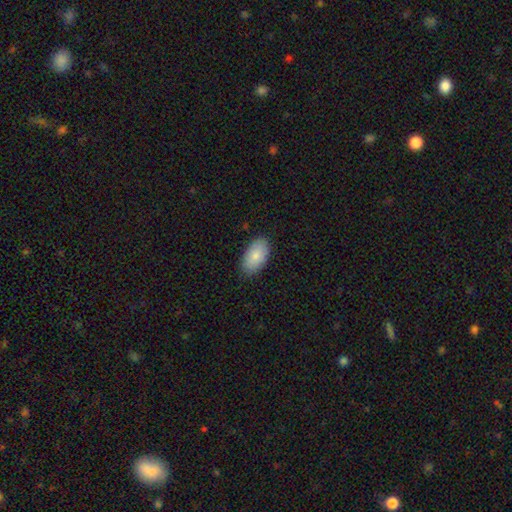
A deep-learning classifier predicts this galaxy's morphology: Smooth or featured: smooth — 83% (featured or disk — 11%)
How rounded: in between — 95% (round — 4%)
Merging: none — 85% (minor disturbance — 12%)